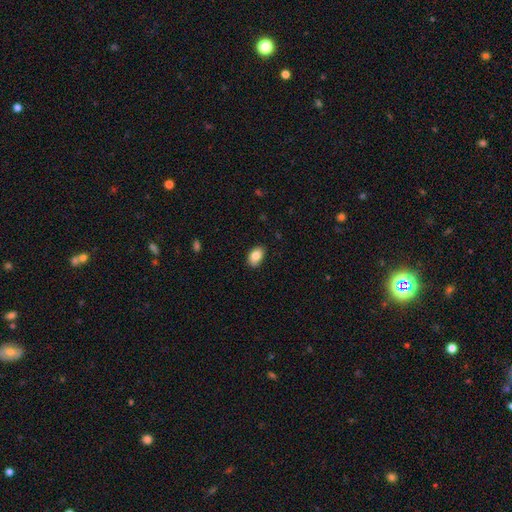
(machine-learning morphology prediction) smooth 85%, star or artifact 8%, featured or disk 7%. Down the decision tree: how rounded — in between (88%); merging — none (83%).